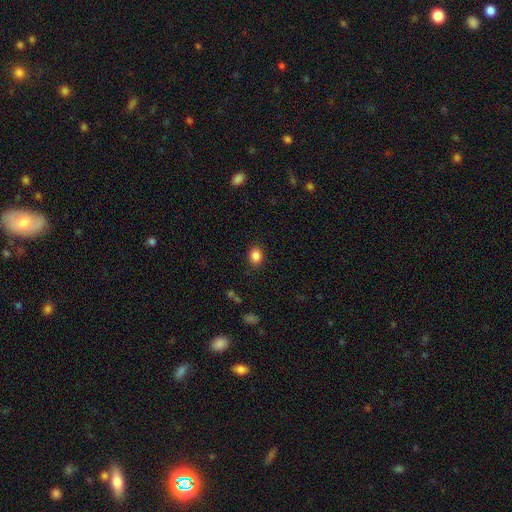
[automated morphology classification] This appears to be a smooth galaxy with no disk features (86%) that is round (50%). Merging: none (84%).